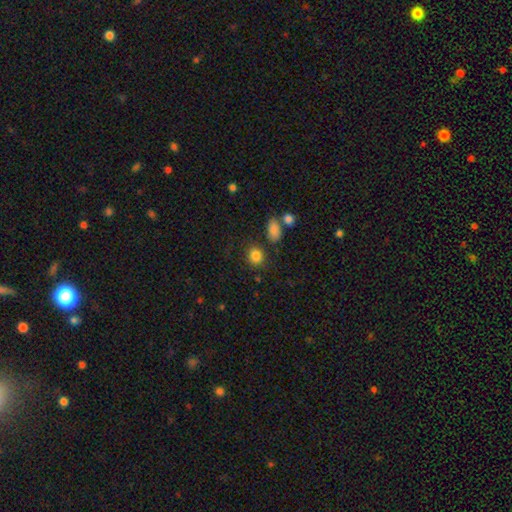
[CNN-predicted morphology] smooth-or-featured: smooth: 84% | star or artifact: 10% | featured or disk: 5%
  how-rounded: round: 65% | in between: 34% | cigar-shaped: 1%
  merging: none: 79% | minor disturbance: 12% | merger: 5% | major disturbance: 4%